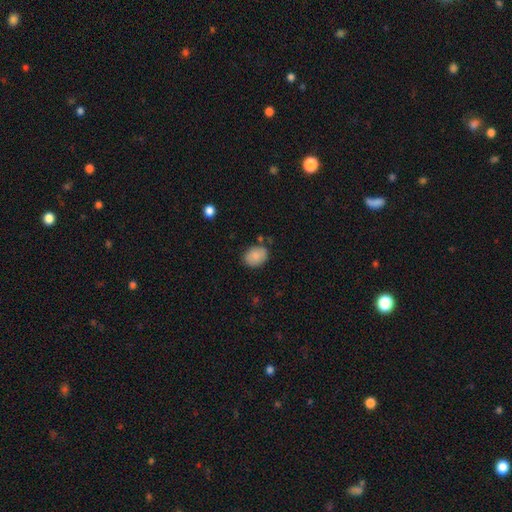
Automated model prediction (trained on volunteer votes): Smooth or featured? smooth (85%)
How rounded? in between (66%)
Merging? none (77%)